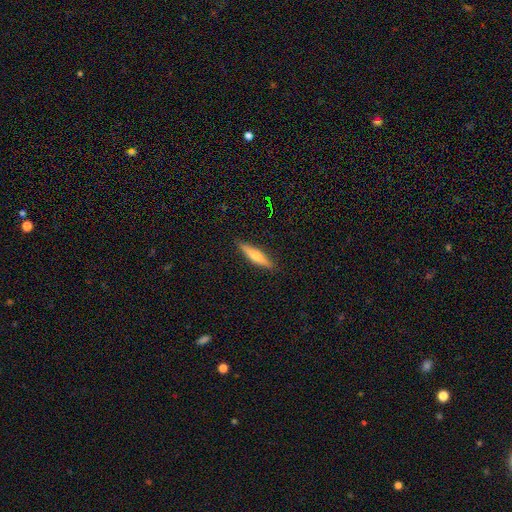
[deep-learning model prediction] Q: Smooth or featured?
A: smooth (48%); runner-up: featured or disk (46%)
Q: Merging?
A: none (90%); runner-up: minor disturbance (8%)